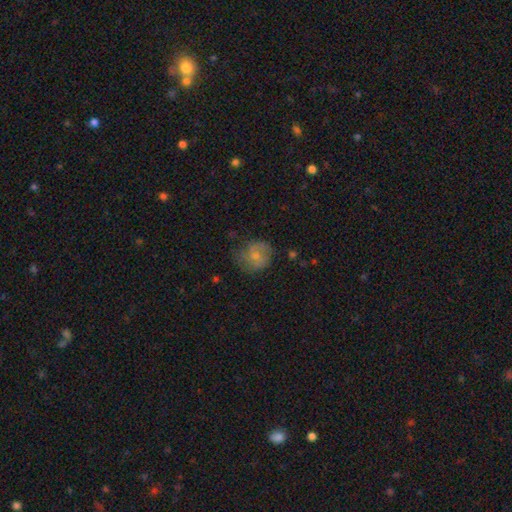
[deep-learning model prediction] This appears to be a smooth galaxy with no disk features (64%) that is round (76%). Merging: none (57%).